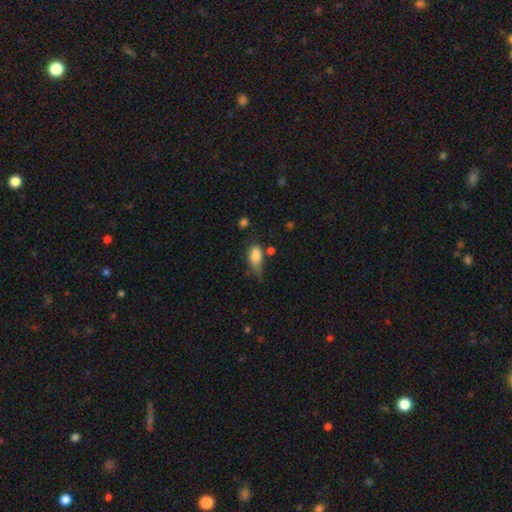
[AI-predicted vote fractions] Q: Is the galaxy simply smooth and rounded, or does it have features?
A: smooth — 81%.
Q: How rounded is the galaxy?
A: in between — 85%.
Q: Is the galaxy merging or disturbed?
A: minor disturbance — 39%.